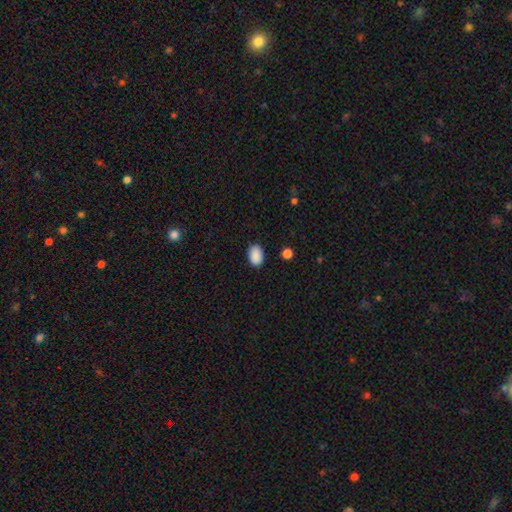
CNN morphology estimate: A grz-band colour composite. It shows a smooth galaxy with no disk features (90%) that is in between round and cigar-shaped (87%). Merging: none (87%).